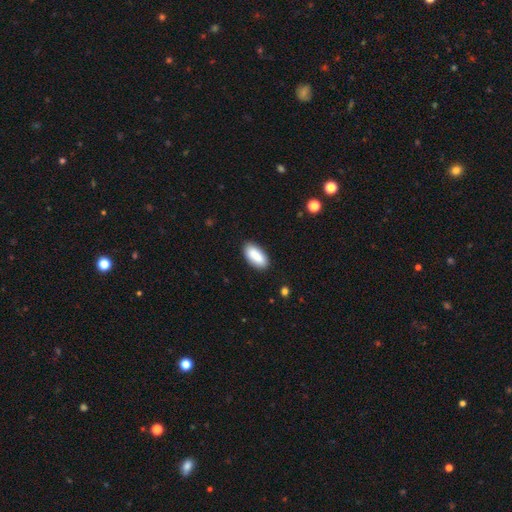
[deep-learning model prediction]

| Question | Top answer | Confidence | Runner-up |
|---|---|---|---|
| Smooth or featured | smooth | 89% | star or artifact (6%) |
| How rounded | in between | 90% | cigar-shaped (8%) |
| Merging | none | 87% | minor disturbance (10%) |